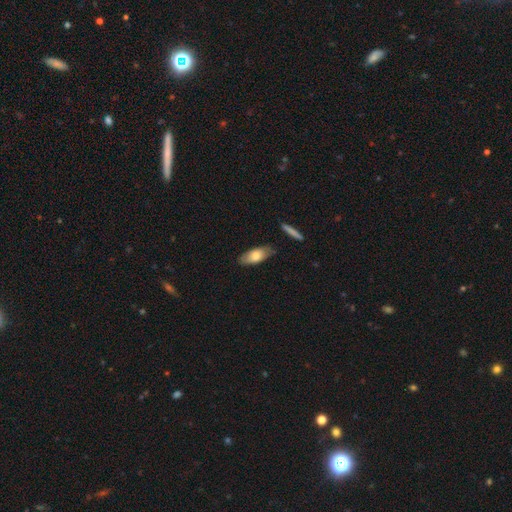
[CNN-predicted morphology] smooth 70%, featured or disk 24%, star or artifact 6%. Down the decision tree: how rounded — in between (80%); merging — none (79%).